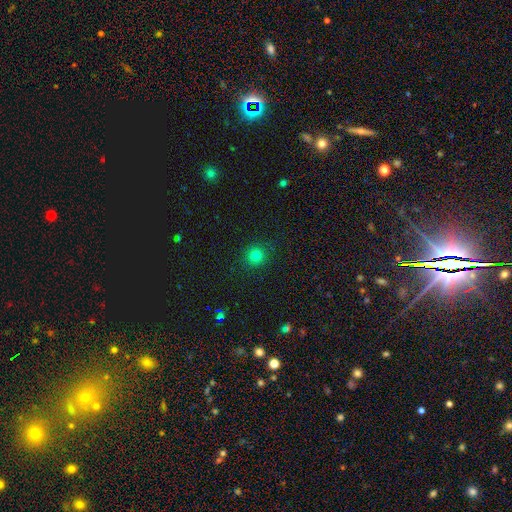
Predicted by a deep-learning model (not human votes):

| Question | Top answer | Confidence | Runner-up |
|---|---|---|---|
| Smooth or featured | smooth | 79% | star or artifact (15%) |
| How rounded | round | 91% | in between (8%) |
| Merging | none | 90% | minor disturbance (7%) |